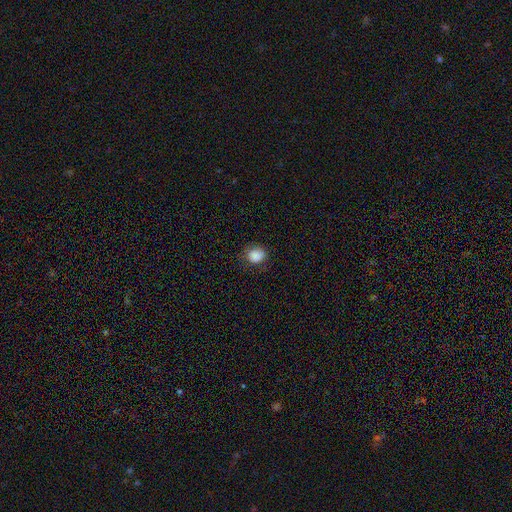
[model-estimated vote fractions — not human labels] smooth-or-featured: smooth: 87% | star or artifact: 9% | featured or disk: 4%
  how-rounded: round: 70% | in between: 29% | cigar-shaped: 1%
  merging: none: 75% | minor disturbance: 18% | major disturbance: 6% | merger: 1%